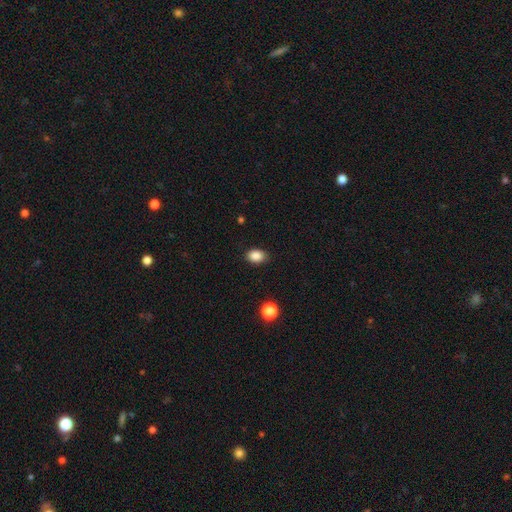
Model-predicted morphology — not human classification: Smooth or featured? smooth (87%)
How rounded? in between (76%)
Merging? none (87%)